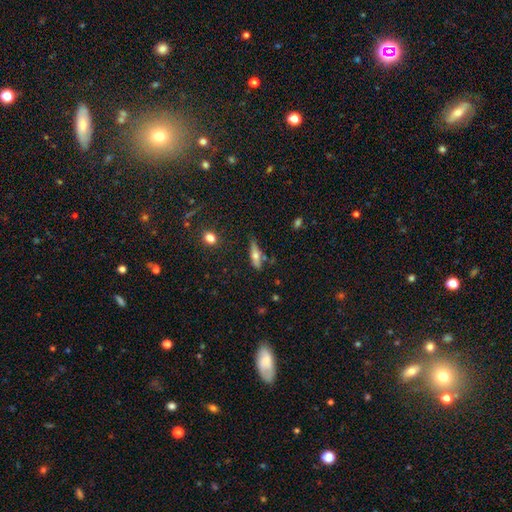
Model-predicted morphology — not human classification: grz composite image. It shows a smooth galaxy with no disk features (58%) that is cigar-shaped (53%). Merging: none (66%).